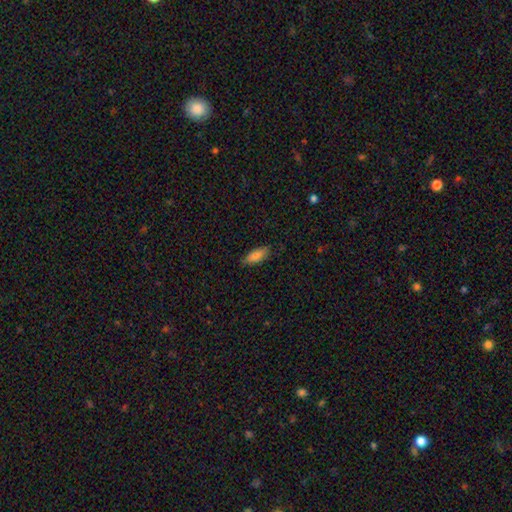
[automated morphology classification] Overall: smooth (75%). How rounded: in between (73%). Merging: none (84%).